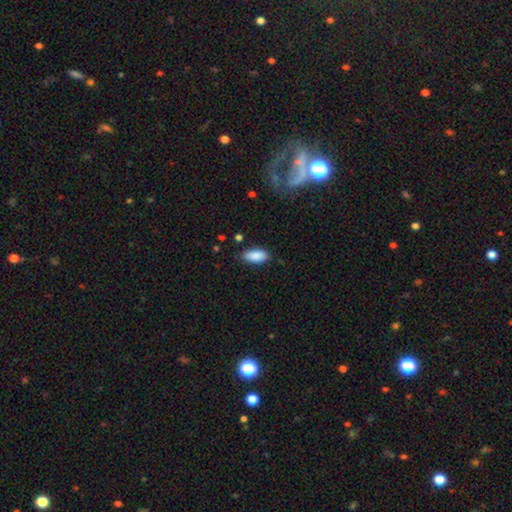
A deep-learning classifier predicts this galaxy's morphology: Smooth or featured?
  - smooth: 89% *
  - star or artifact: 7%
  - featured or disk: 5%
How rounded?
  - in between: 90% *
  - cigar-shaped: 8%
  - round: 2%
Merging?
  - none: 82% *
  - minor disturbance: 14%
  - major disturbance: 3%
  - merger: 2%